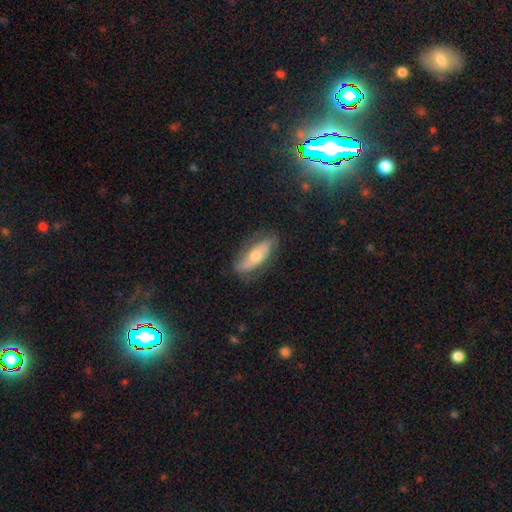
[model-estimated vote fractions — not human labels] The model was most divided on "smooth or featured": smooth: 51%, featured or disk: 43%, star or artifact: 7%. More confident: merging — none (75%); how rounded — in between (63%).